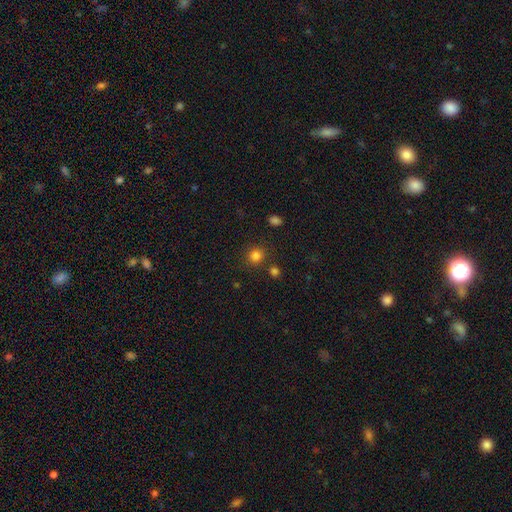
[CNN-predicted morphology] A smooth galaxy with no disk features (82%) that is round (90%). Merging: none (83%).